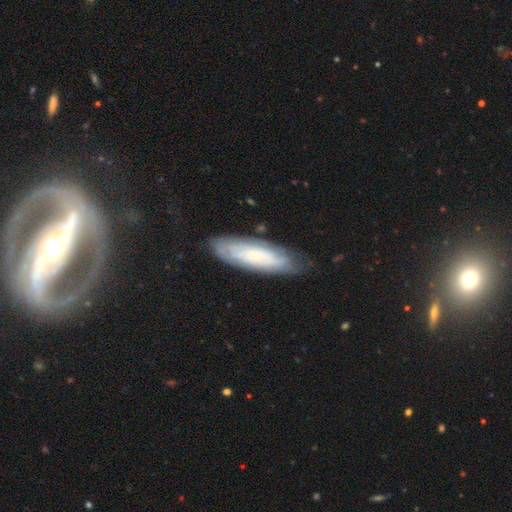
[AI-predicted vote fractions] Morphology: type=featured or disk (53%); edge-on=no (72%); merging=none (75%).